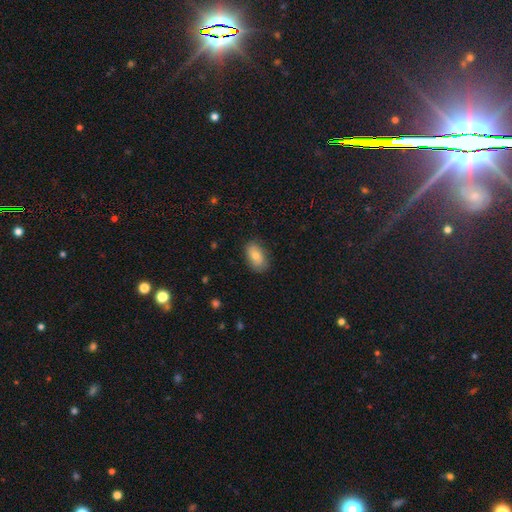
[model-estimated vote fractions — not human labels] Smooth or featured?
  - smooth: 77% *
  - featured or disk: 16%
  - star or artifact: 7%
How rounded?
  - in between: 91% *
  - round: 6%
  - cigar-shaped: 3%
Merging?
  - none: 83% *
  - minor disturbance: 14%
  - major disturbance: 3%
  - merger: 1%